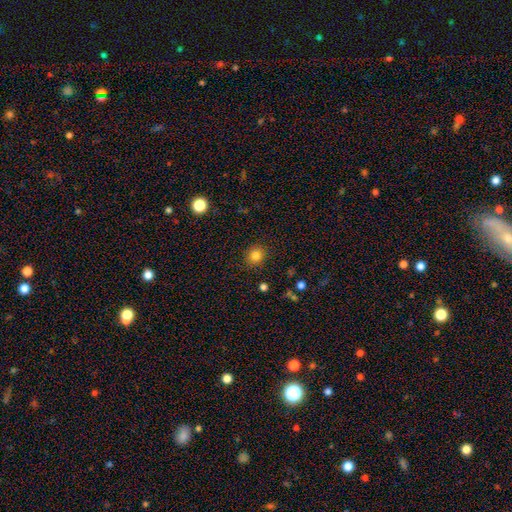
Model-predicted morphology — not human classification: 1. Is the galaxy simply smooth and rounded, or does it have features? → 82% smooth, 12% star or artifact, 6% featured or disk.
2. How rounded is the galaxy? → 87% round, 13% in between, 1% cigar-shaped.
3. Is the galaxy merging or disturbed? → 90% none, 7% minor disturbance, 2% major disturbance, 1% merger.